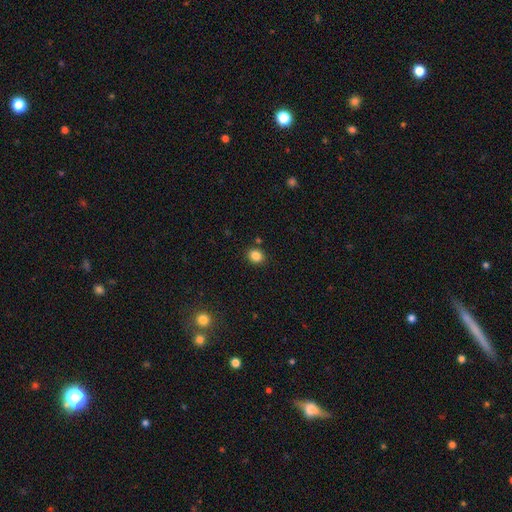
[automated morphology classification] Smooth or featured?
  - smooth: 85% *
  - star or artifact: 11%
  - featured or disk: 4%
How rounded?
  - round: 73% *
  - in between: 26%
  - cigar-shaped: 1%
Merging?
  - none: 86% *
  - minor disturbance: 8%
  - merger: 4%
  - major disturbance: 2%